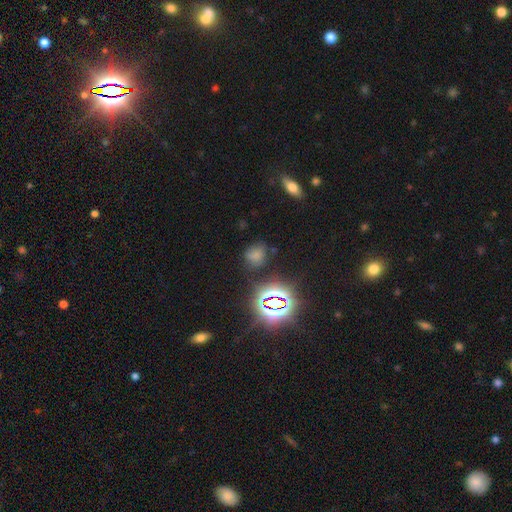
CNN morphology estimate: smooth 57%, star or artifact 34%, featured or disk 9%. Down the decision tree: how rounded — round (53%); merging — none (67%).